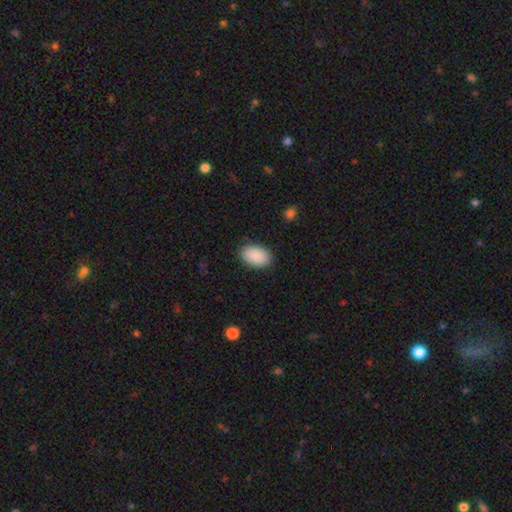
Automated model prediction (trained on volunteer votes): The model was most divided on "merging": none: 87%, minor disturbance: 10%, major disturbance: 2%, merger: 1%. More confident: how rounded — in between (92%); smooth or featured — smooth (91%).